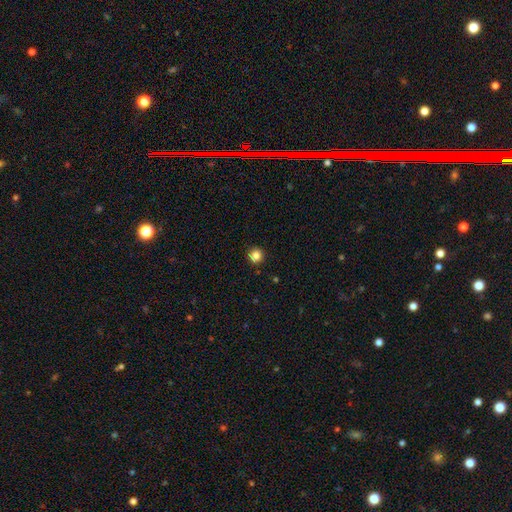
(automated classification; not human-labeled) smooth 84%, star or artifact 12%, featured or disk 5%. Down the decision tree: how rounded — round (95%); merging — none (92%).